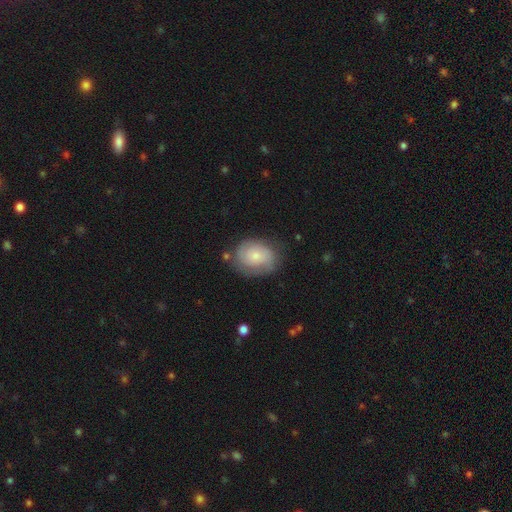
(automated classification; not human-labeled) Q: Smooth or featured?
A: smooth (48%); runner-up: featured or disk (45%)
Q: Merging?
A: none (69%); runner-up: minor disturbance (21%)